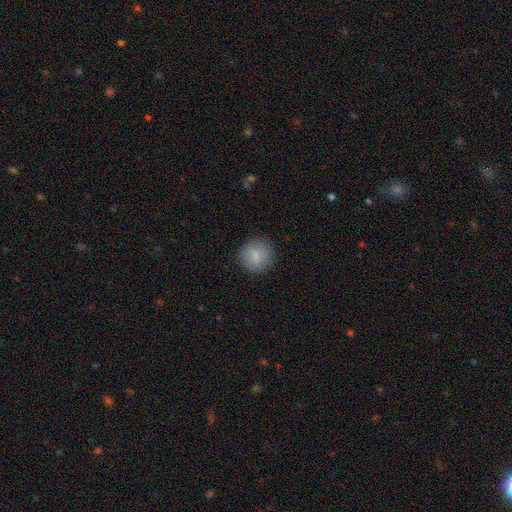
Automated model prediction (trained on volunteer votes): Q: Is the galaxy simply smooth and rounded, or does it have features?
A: smooth — 81%.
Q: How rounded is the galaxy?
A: round — 91%.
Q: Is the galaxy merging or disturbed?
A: none — 86%.